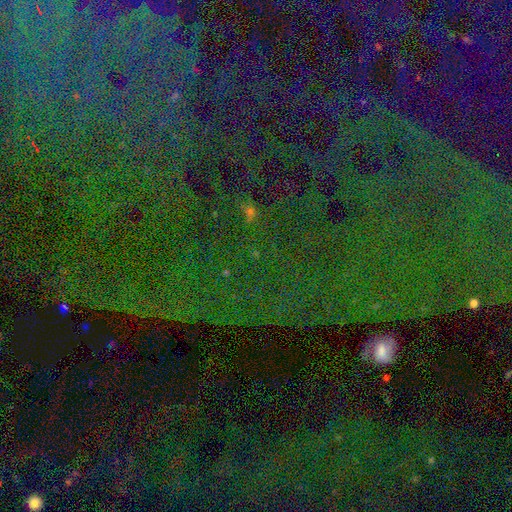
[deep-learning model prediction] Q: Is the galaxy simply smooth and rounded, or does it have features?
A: star or artifact — 80%.